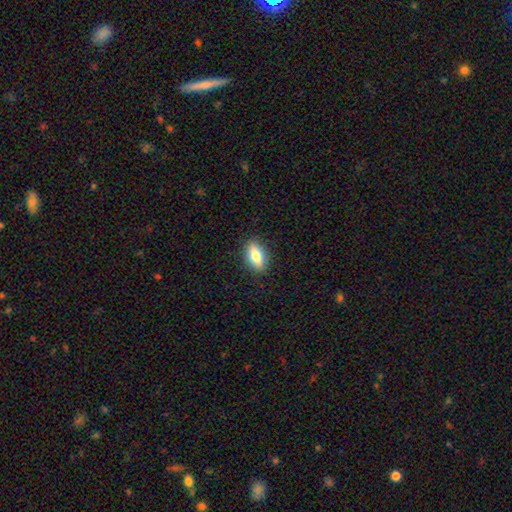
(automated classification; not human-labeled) This is likely a smooth galaxy (69%). How rounded: likely in between (80%). Merging: clearly none (88%).